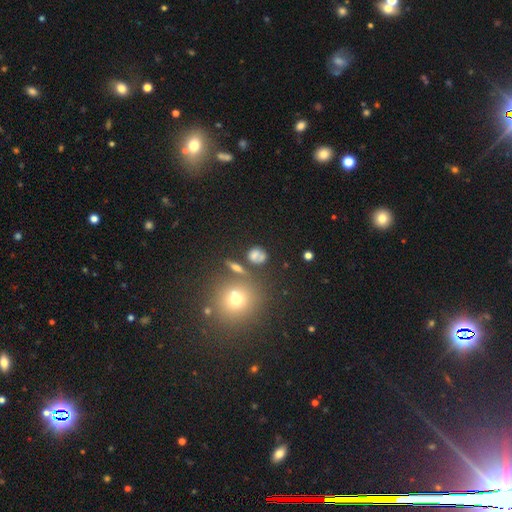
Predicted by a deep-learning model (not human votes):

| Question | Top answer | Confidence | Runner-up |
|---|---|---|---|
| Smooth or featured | smooth | 63% | star or artifact (20%) |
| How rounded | round | 70% | in between (26%) |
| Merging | none | 58% | merger (18%) |